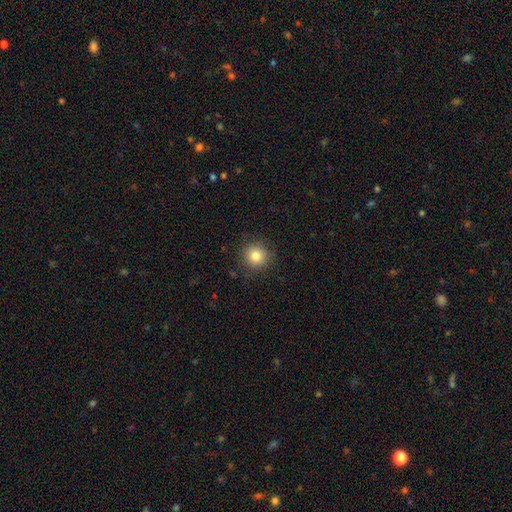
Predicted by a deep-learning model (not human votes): smooth-or-featured: smooth: 82% | star or artifact: 11% | featured or disk: 7%
  how-rounded: round: 93% | in between: 6% | cigar-shaped: 1%
  merging: none: 89% | minor disturbance: 8% | major disturbance: 2% | merger: 1%